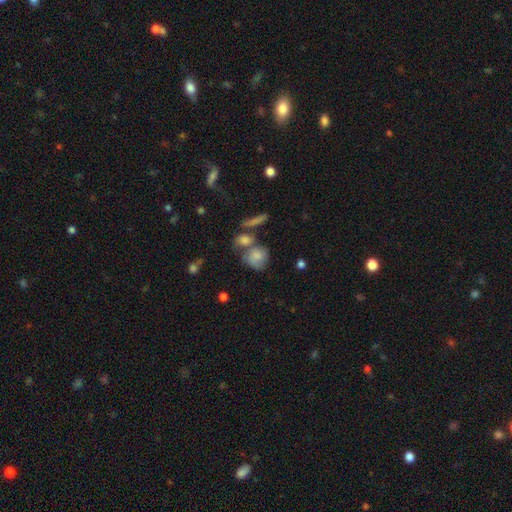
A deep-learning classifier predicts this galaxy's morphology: smooth-or-featured: smooth: 70% | featured or disk: 20% | star or artifact: 9%
  how-rounded: round: 61% | in between: 36% | cigar-shaped: 3%
  merging: merger: 38% | none: 35% | minor disturbance: 16% | major disturbance: 11%